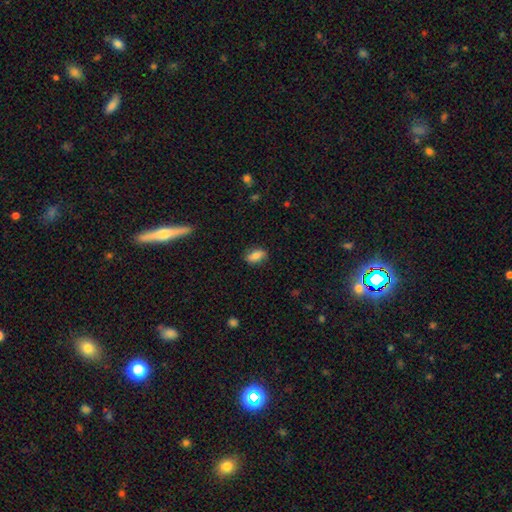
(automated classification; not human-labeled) A smooth galaxy with no disk features (77%) that is in between round and cigar-shaped (86%).

Vote fractions:
- Smooth or featured? smooth: 77% / featured or disk: 15% / star or artifact: 8%
- How rounded? in between: 86% / round: 7% / cigar-shaped: 7%
- Merging? none: 82% / minor disturbance: 14% / major disturbance: 3% / merger: 1%